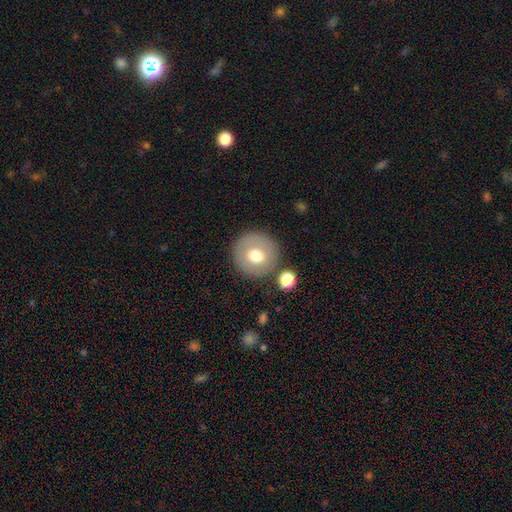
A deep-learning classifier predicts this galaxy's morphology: smooth_or_featured: smooth (p=0.66) [alt: featured or disk p=0.25]
how_rounded: round (p=0.94) [alt: in between p=0.05]
merging: none (p=0.83) [alt: minor disturbance p=0.09]